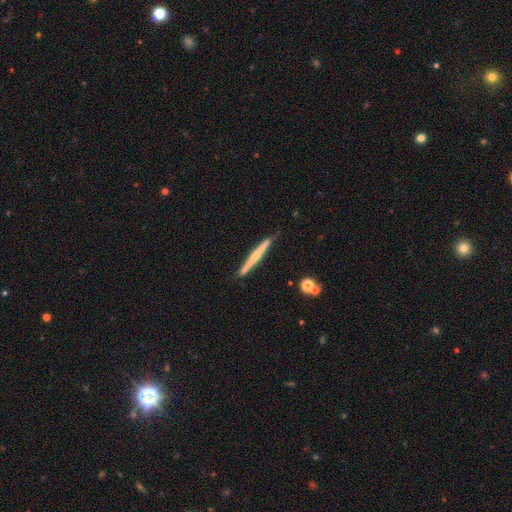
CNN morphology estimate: This appears to be a featured or disk galaxy (64%) viewed edge-on (98%) with a rounded central bulge (62%). Merging: none (85%).